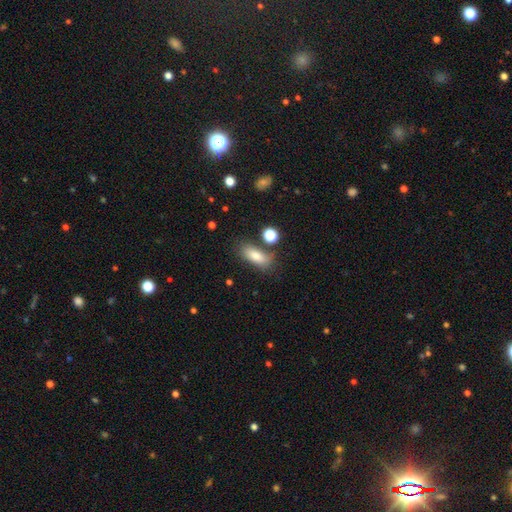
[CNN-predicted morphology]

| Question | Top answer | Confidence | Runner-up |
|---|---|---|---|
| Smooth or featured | smooth | 79% | featured or disk (10%) |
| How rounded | in between | 77% | cigar-shaped (18%) |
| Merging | none | 72% | minor disturbance (15%) |